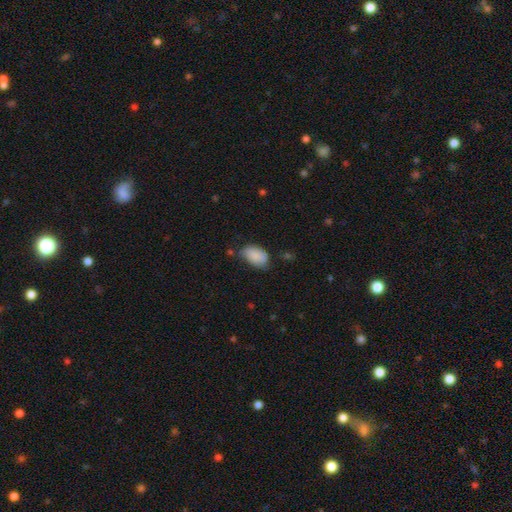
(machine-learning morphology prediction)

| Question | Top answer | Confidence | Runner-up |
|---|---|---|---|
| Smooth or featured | smooth | 86% | featured or disk (7%) |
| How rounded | in between | 91% | round (8%) |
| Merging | none | 56% | minor disturbance (33%) |